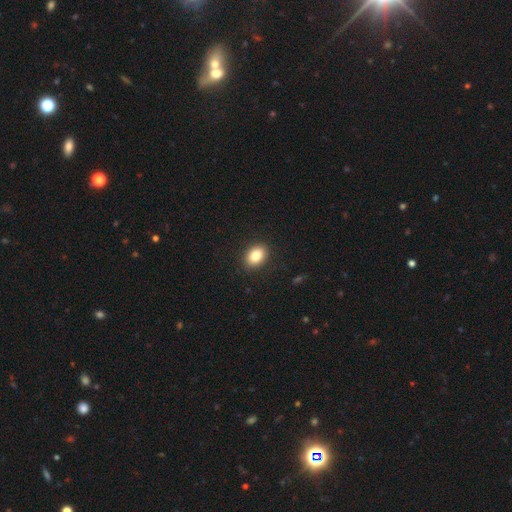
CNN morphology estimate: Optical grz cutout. It shows a smooth galaxy with no disk features (84%) that is in between round and cigar-shaped (77%). Merging: none (89%).